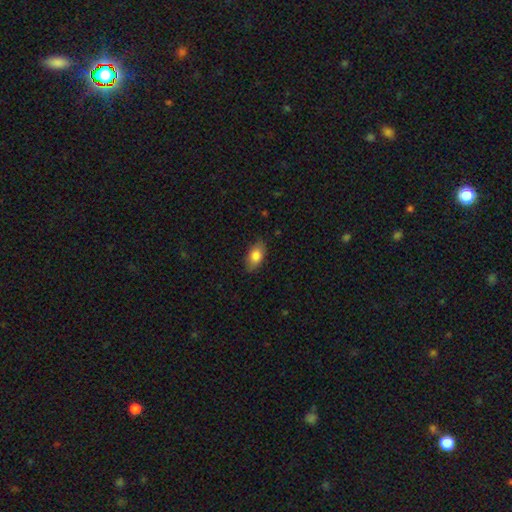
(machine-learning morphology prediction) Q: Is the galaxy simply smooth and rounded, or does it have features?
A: smooth — 82%.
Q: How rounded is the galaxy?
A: in between — 90%.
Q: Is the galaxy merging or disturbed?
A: none — 83%.